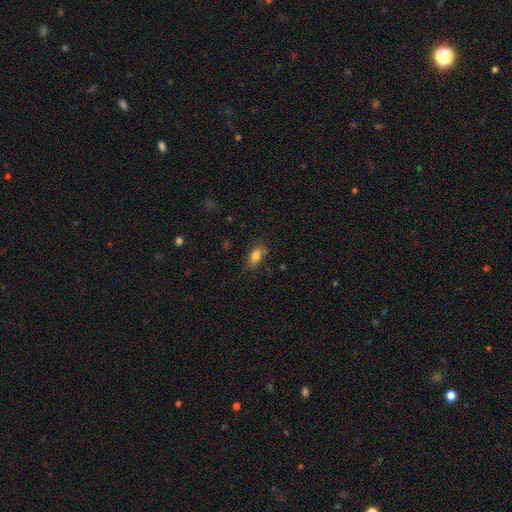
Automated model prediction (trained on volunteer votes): This is clearly a smooth galaxy (82%). How rounded: clearly in between (87%). Merging: likely none (77%).